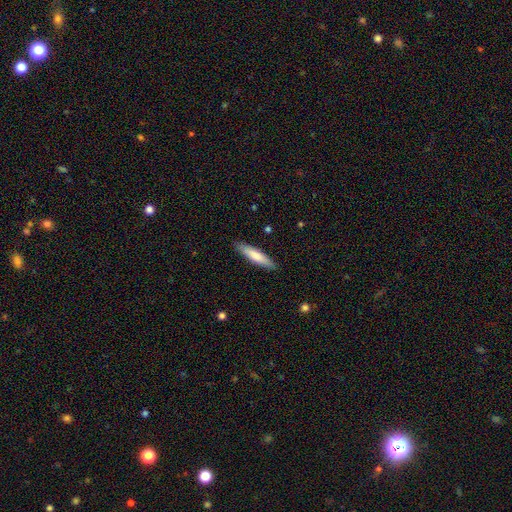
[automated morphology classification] smooth-or-featured: smooth: 73% | featured or disk: 22% | star or artifact: 5%
  how-rounded: cigar-shaped: 81% | in between: 18% | round: 1%
  merging: none: 88% | minor disturbance: 9% | major disturbance: 2% | merger: 1%